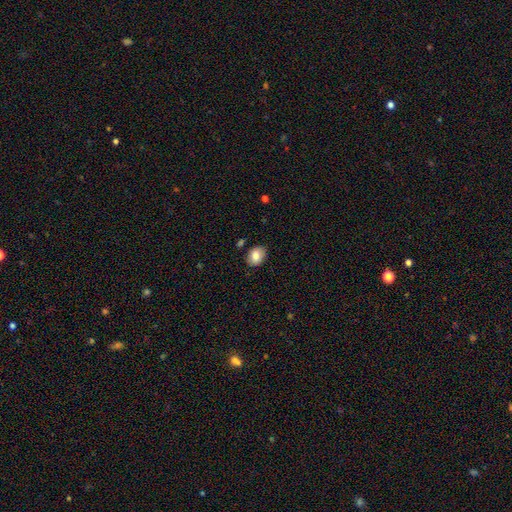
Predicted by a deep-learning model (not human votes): The model was most divided on "how rounded": in between: 66%, round: 33%, cigar-shaped: 1%. More confident: smooth or featured — smooth (82%); merging — none (82%).